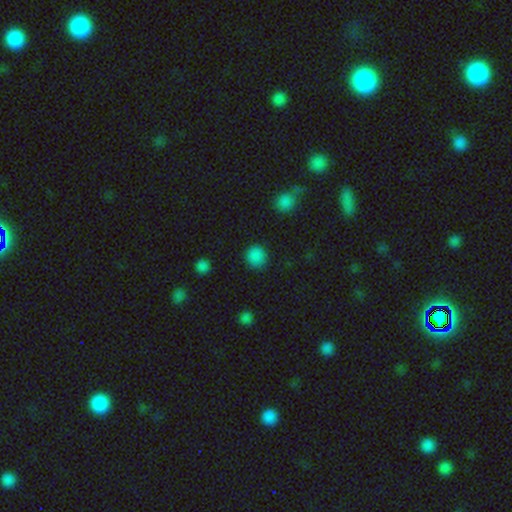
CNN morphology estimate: This is clearly a smooth galaxy (85%). How rounded: clearly round (90%). Merging: clearly none (89%).